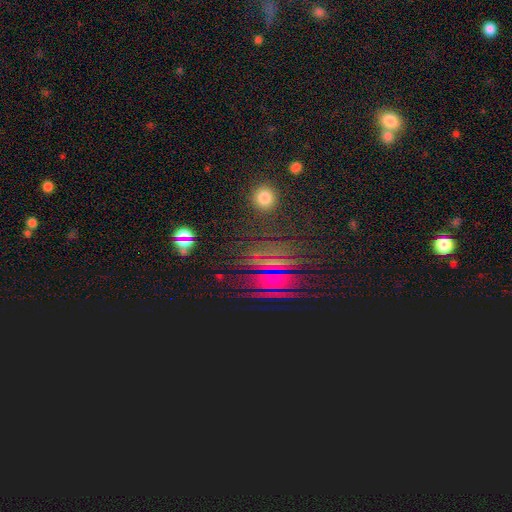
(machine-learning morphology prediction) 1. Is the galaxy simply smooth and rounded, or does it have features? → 66% star or artifact, 18% featured or disk, 16% smooth.